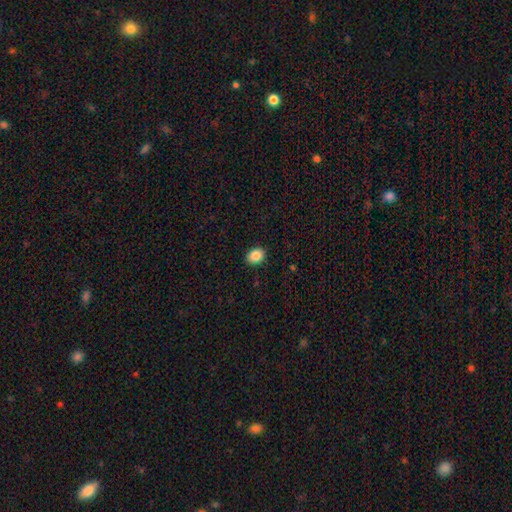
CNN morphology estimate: Q: Smooth or featured?
A: smooth (87%); runner-up: star or artifact (9%)
Q: How rounded?
A: in between (65%); runner-up: round (34%)
Q: Merging?
A: none (90%); runner-up: minor disturbance (7%)